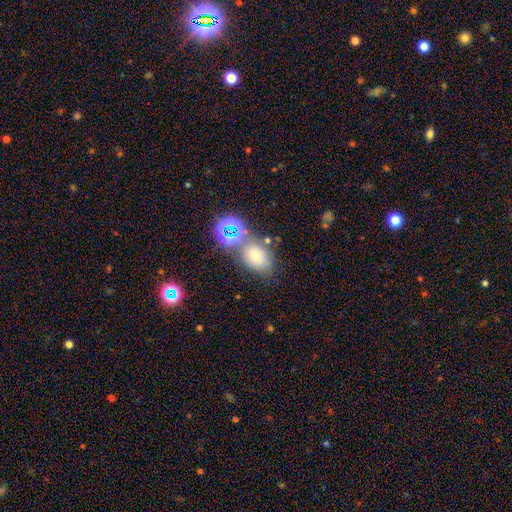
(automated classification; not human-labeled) Smooth or featured: smooth — 69% (star or artifact — 20%)
How rounded: in between — 66% (round — 33%)
Merging: none — 61% (merger — 17%)